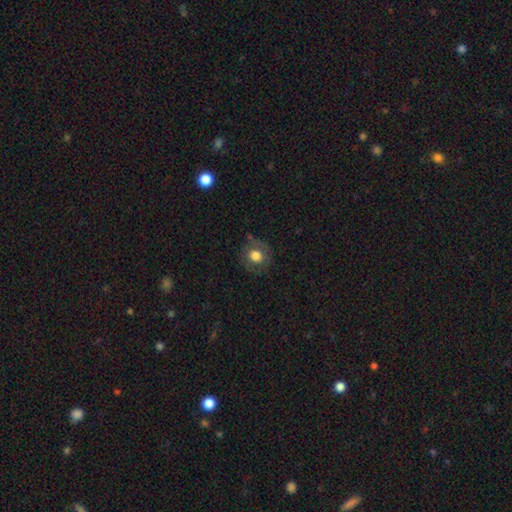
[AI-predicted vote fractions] Morphology: type=smooth (69%); roundness=round (79%); merging=none (78%).